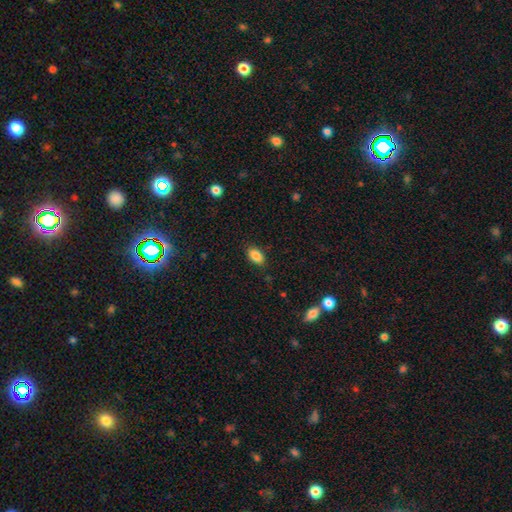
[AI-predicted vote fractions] Morphology: type=smooth (87%); roundness=in between (91%); merging=none (85%).